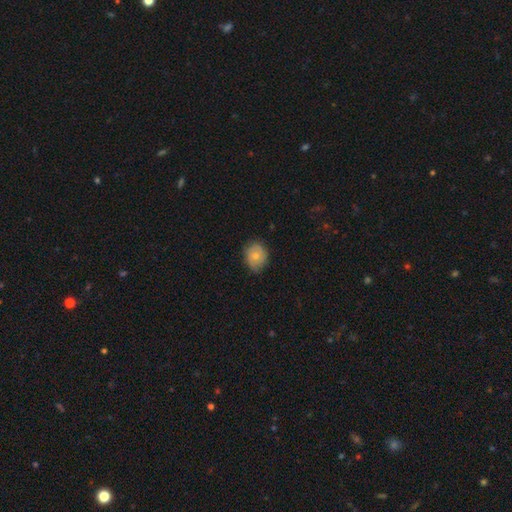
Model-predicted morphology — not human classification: This is likely a smooth galaxy (67%). How rounded: possibly round (56%). Merging: likely none (72%).